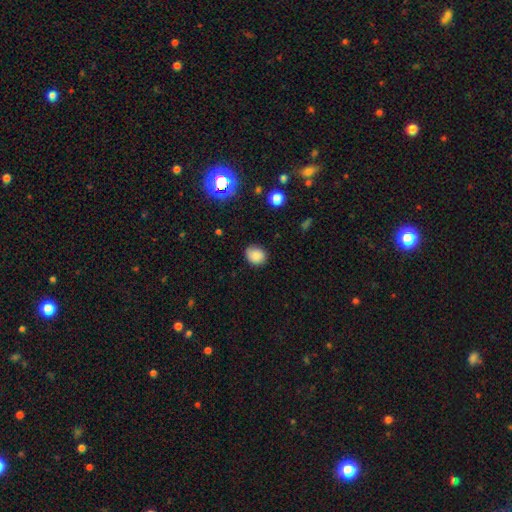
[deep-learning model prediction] Smooth or featured: smooth — 83% (star or artifact — 11%)
How rounded: round — 59% (in between — 40%)
Merging: none — 81% (minor disturbance — 15%)